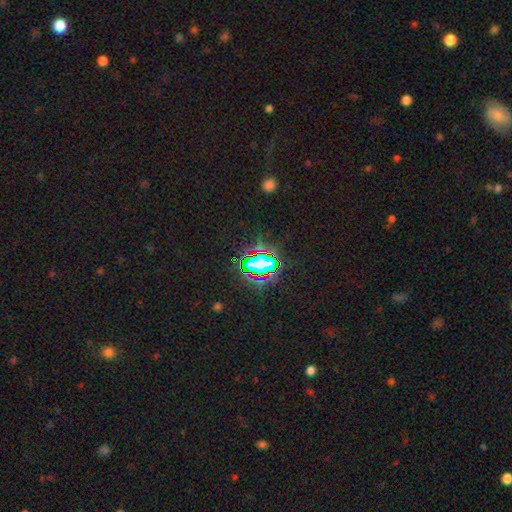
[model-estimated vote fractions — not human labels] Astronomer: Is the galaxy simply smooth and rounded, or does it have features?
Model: star or artifact — 80%.